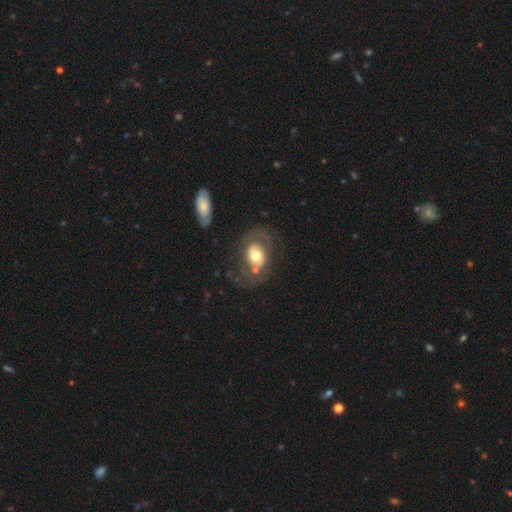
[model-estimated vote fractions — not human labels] This appears to be a smooth galaxy with no disk features (49%). Merging: none (60%).